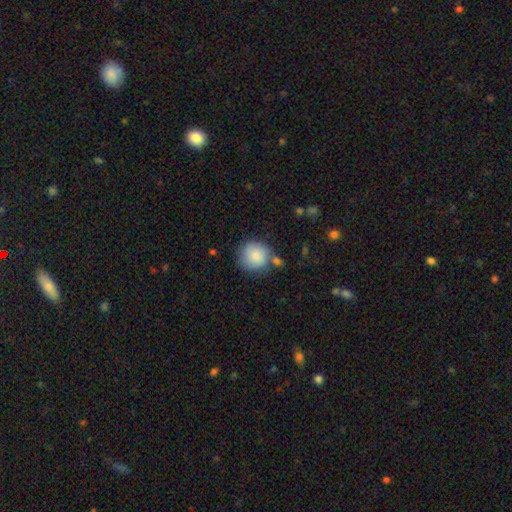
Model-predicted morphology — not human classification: This appears to be a smooth galaxy with no disk features (83%) that is round (91%). Merging: none (61%).